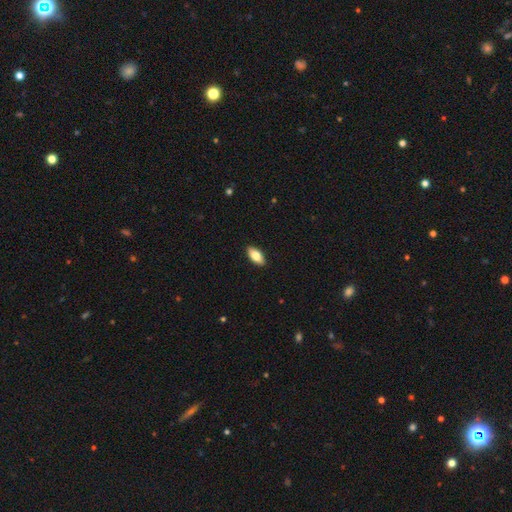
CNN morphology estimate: Smooth or featured: smooth — 78% (featured or disk — 15%)
How rounded: in between — 90% (cigar-shaped — 7%)
Merging: none — 90% (minor disturbance — 7%)